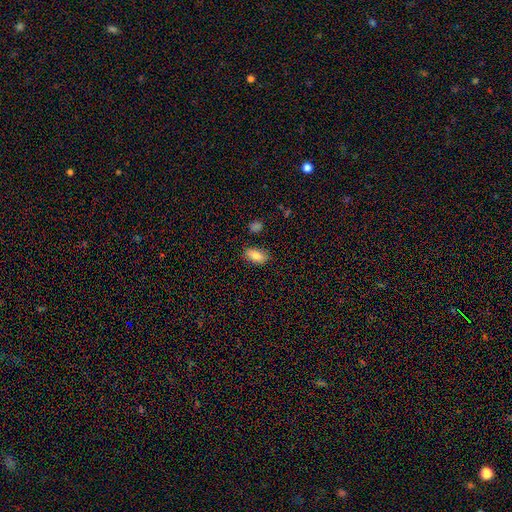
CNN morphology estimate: smooth 82%, featured or disk 10%, star or artifact 8%. Down the decision tree: how rounded — in between (88%); merging — none (83%).